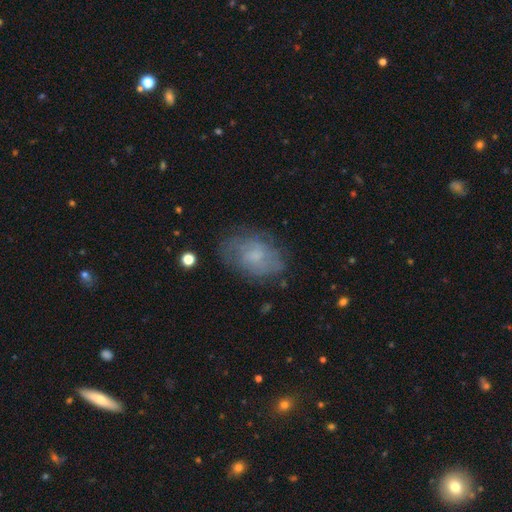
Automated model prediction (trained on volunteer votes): Smooth or featured?
  - smooth: 47% *
  - featured or disk: 43%
  - star or artifact: 10%
Merging?
  - none: 68% *
  - minor disturbance: 21%
  - major disturbance: 9%
  - merger: 2%